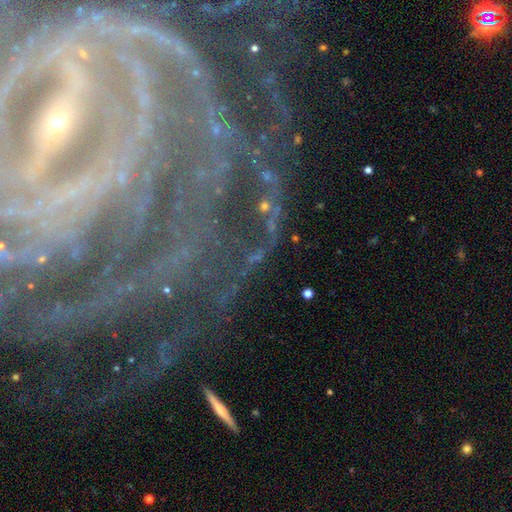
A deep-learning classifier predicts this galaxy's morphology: smooth-or-featured: featured or disk: 54% | star or artifact: 33% | smooth: 13%
  disk-edge-on: no: 82% | yes: 18%
  merging: none: 73% | minor disturbance: 13% | major disturbance: 10% | merger: 4%